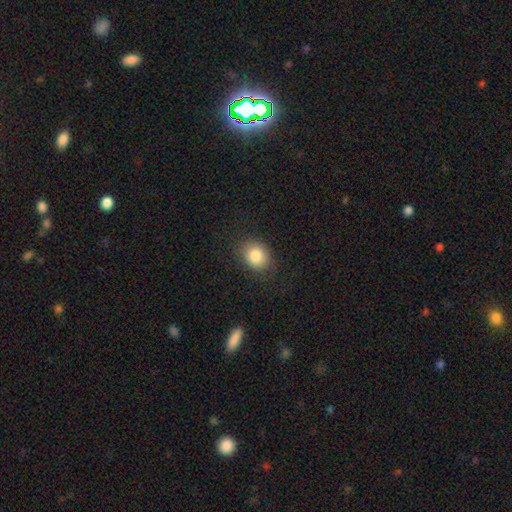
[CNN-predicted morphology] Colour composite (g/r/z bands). It shows a smooth galaxy with no disk features (84%) that is in between round and cigar-shaped (50%). Merging: none (81%).